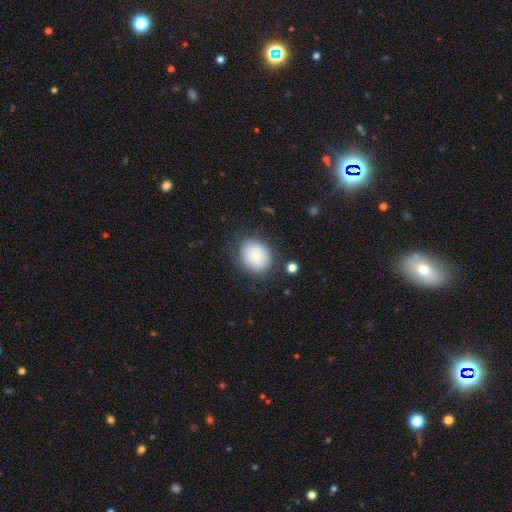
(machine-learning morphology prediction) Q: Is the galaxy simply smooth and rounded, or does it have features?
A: smooth — 83%.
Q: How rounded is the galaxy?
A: round — 70%.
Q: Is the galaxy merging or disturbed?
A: none — 75%.